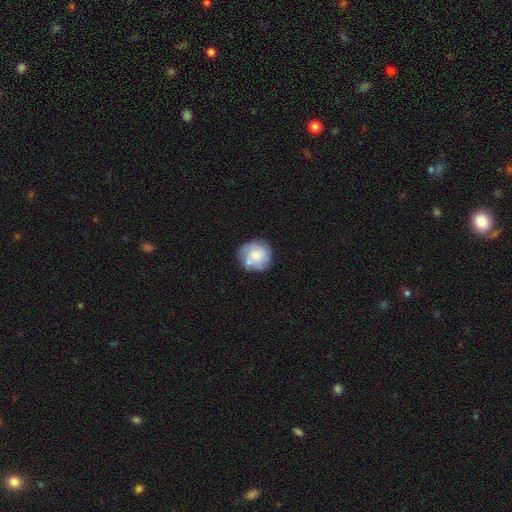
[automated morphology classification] Smooth or featured? Predicted: smooth (p=0.52). How rounded? Predicted: round (p=0.86). Merging? Predicted: none (p=0.67).